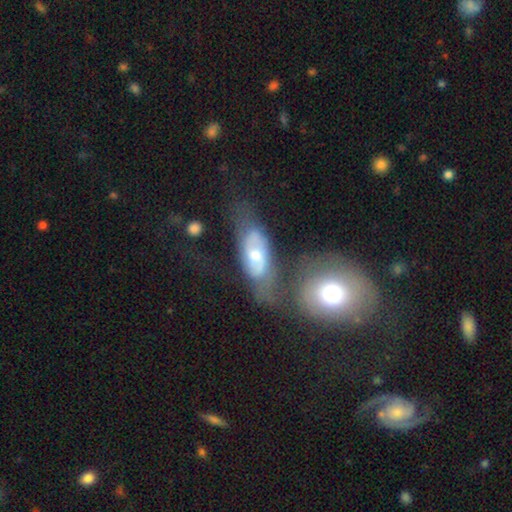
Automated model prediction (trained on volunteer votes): Smooth or featured?
  - featured or disk: 62% *
  - smooth: 31%
  - star or artifact: 7%
Edge-on disk?
  - no: 87% *
  - yes: 13%
Bar?
  - no: 58% *
  - weak: 30%
  - strong: 12%
Spiral arms?
  - yes: 65% *
  - no: 35%
Bulge size?
  - moderate: 60% *
  - small: 31%
  - large: 6%
  - none: 1%
  - dominant: 1%
Merging?
  - none: 45% *
  - merger: 23%
  - minor disturbance: 19%
  - major disturbance: 14%